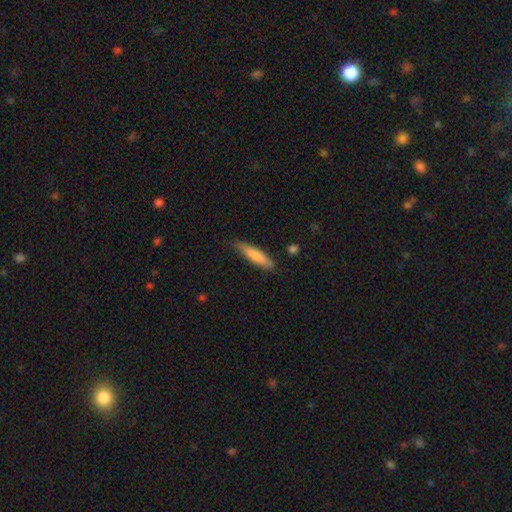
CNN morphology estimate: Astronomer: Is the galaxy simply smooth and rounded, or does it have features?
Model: smooth — 78%.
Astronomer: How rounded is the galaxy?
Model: cigar-shaped — 79%.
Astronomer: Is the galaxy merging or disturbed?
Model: none — 76%.